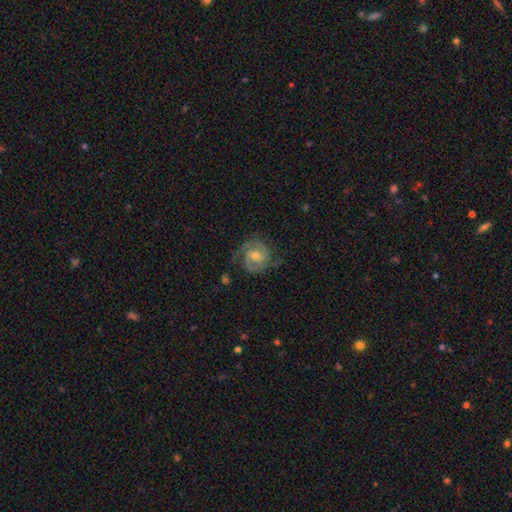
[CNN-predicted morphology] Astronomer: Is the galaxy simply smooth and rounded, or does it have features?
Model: featured or disk — 89%.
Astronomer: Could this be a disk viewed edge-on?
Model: no — 98%.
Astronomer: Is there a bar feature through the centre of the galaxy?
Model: no — 44% (runner-up: weak, 42%).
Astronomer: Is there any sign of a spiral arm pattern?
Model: yes — 98%.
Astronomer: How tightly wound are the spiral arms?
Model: tight — 54% (runner-up: medium, 40%).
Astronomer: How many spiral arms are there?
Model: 2 — 84%.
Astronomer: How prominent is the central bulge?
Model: moderate — 54% (runner-up: small, 42%).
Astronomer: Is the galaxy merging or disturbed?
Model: none — 78%.